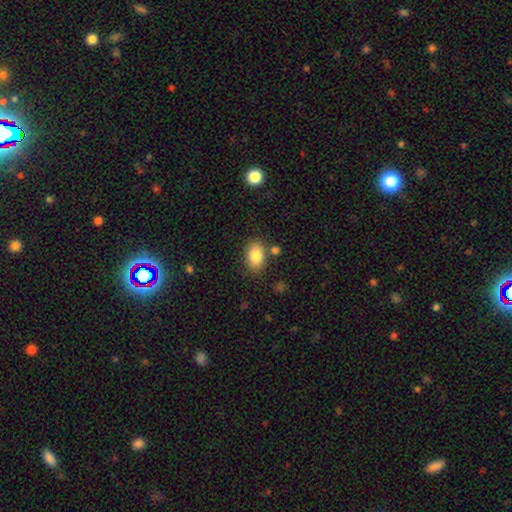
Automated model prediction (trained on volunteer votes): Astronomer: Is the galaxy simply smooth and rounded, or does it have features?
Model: smooth — 84%.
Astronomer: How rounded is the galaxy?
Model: in between — 83%.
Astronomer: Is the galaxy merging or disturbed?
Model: none — 78%.